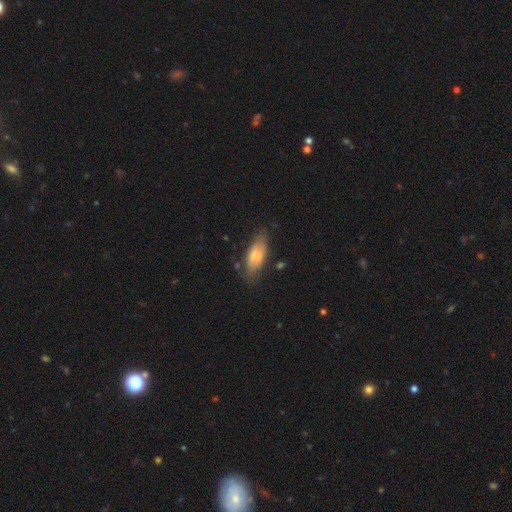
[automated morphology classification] The model was most divided on "merging": none: 64%, minor disturbance: 25%, major disturbance: 7%, merger: 3%. More confident: how rounded — in between (78%); smooth or featured — smooth (70%).